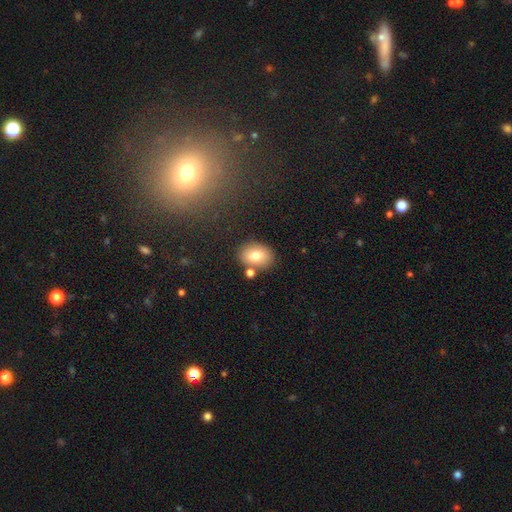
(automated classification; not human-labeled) Q: Smooth or featured?
A: smooth (78%); runner-up: featured or disk (13%)
Q: How rounded?
A: in between (70%); runner-up: round (29%)
Q: Merging?
A: none (75%); runner-up: minor disturbance (11%)